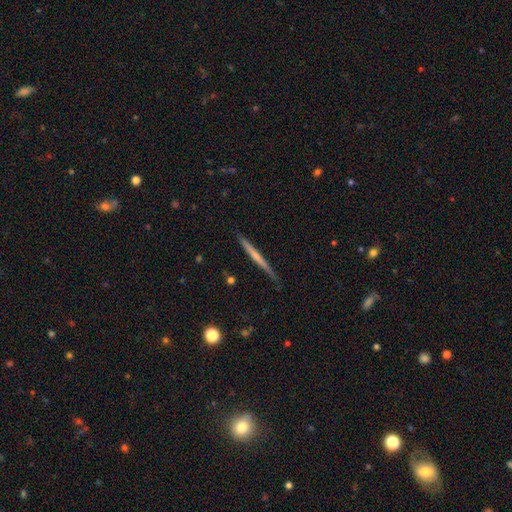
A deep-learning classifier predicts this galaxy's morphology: smooth-or-featured: featured or disk: 53% | smooth: 41% | star or artifact: 6%
  disk-edge-on: yes: 97% | no: 3%
    edge-on-bulge: none: 72% | rounded: 22% | boxy: 6%
  merging: none: 85% | minor disturbance: 12% | major disturbance: 2% | merger: 1%